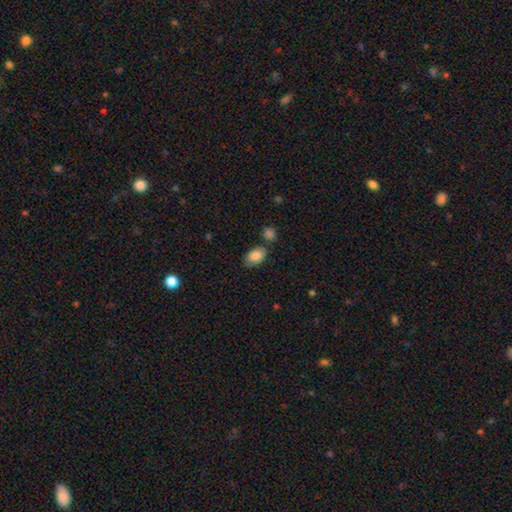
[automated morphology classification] smooth_or_featured: smooth (p=0.86) [alt: star or artifact p=0.07]
how_rounded: in between (p=0.91) [alt: round p=0.07]
merging: none (p=0.71) [alt: minor disturbance p=0.16]